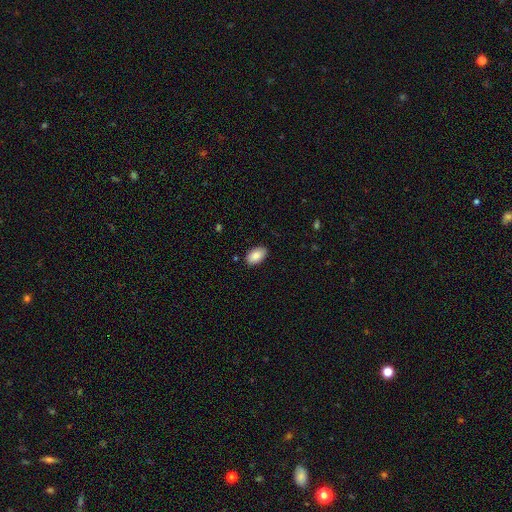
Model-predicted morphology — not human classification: smooth_or_featured: smooth (p=0.88) [alt: star or artifact p=0.07]
how_rounded: in between (p=0.94) [alt: round p=0.05]
merging: none (p=0.87) [alt: minor disturbance p=0.10]